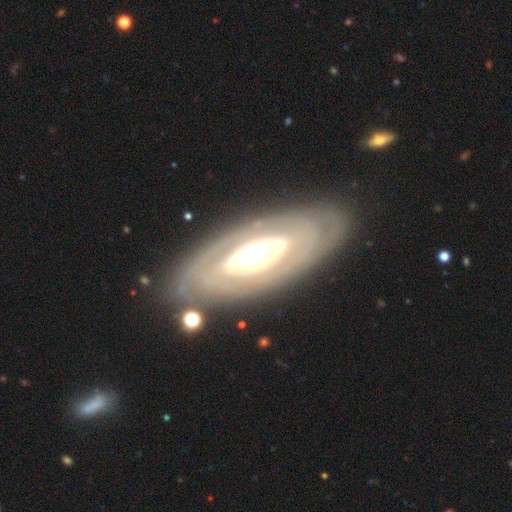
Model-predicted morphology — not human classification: Smooth or featured?
  - featured or disk: 78% *
  - smooth: 17%
  - star or artifact: 5%
Edge-on disk?
  - no: 87% *
  - yes: 13%
Bar?
  - no: 73% *
  - weak: 15%
  - strong: 12%
Spiral arms?
  - no: 56% *
  - yes: 44%
Bulge size?
  - moderate: 53% *
  - large: 35%
  - small: 7%
  - dominant: 4%
  - none: 1%
Merging?
  - none: 81% *
  - minor disturbance: 12%
  - major disturbance: 5%
  - merger: 2%